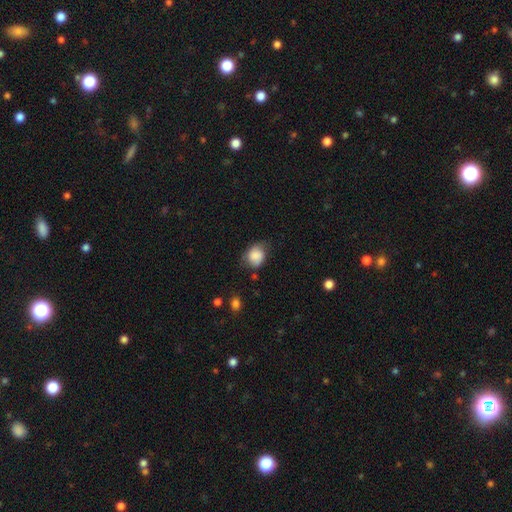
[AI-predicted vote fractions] Smooth or featured?
  - smooth: 82% *
  - featured or disk: 10%
  - star or artifact: 8%
How rounded?
  - round: 55% *
  - in between: 44%
  - cigar-shaped: 1%
Merging?
  - none: 54% *
  - minor disturbance: 34%
  - major disturbance: 10%
  - merger: 3%